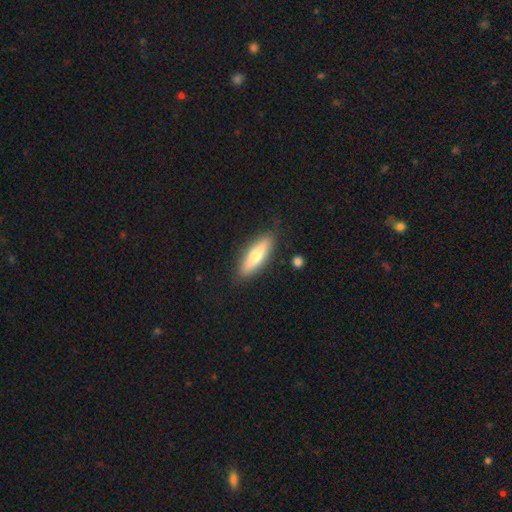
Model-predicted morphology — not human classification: This is likely a smooth galaxy (64%). How rounded: possibly cigar-shaped (58%). Merging: clearly none (87%).